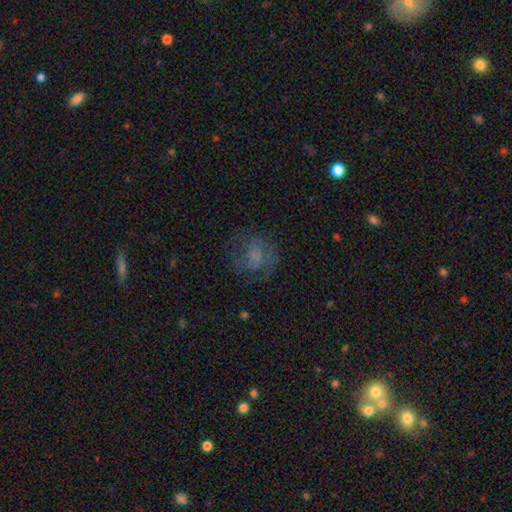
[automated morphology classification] This is possibly a smooth galaxy (50%). Merging: possibly none (59%).